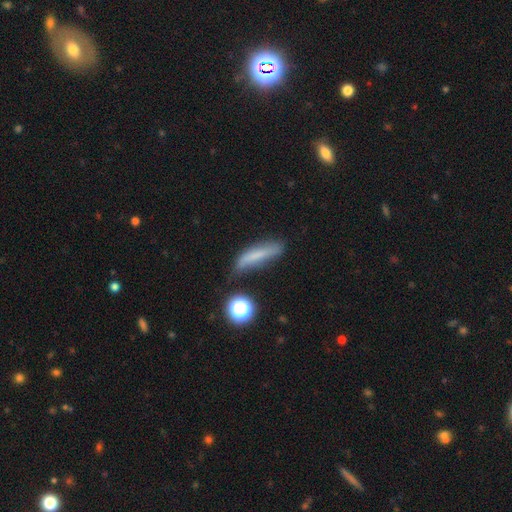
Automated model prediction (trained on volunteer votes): Q: Smooth or featured?
A: smooth (62%); runner-up: featured or disk (26%)
Q: How rounded?
A: cigar-shaped (74%); runner-up: in between (22%)
Q: Merging?
A: none (54%); runner-up: minor disturbance (29%)